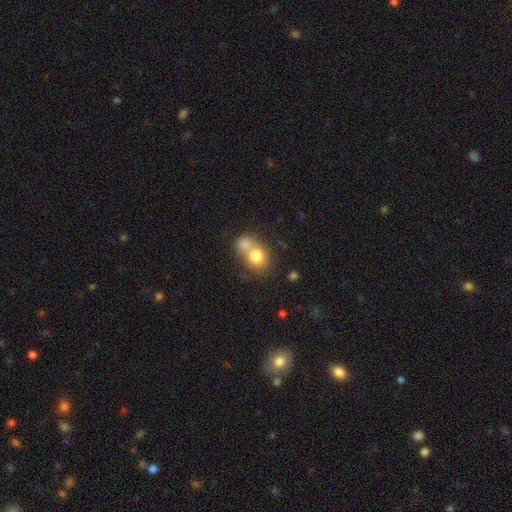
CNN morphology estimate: This appears to be a smooth galaxy with no disk features (75%) that is round (58%). Merging: merger (53%).